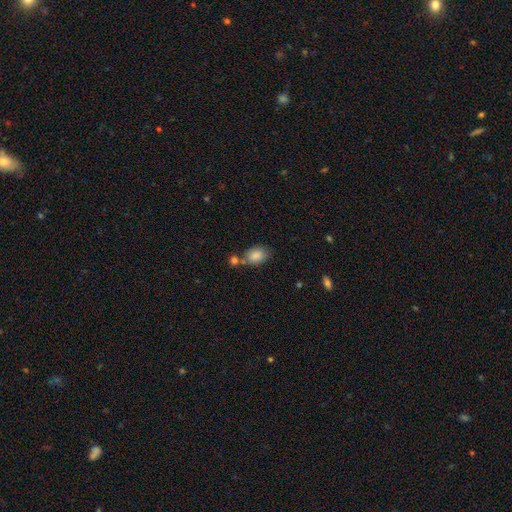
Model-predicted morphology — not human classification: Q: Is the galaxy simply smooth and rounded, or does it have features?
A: smooth — 86%.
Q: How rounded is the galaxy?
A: in between — 82%.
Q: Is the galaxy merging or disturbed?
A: none — 58%.